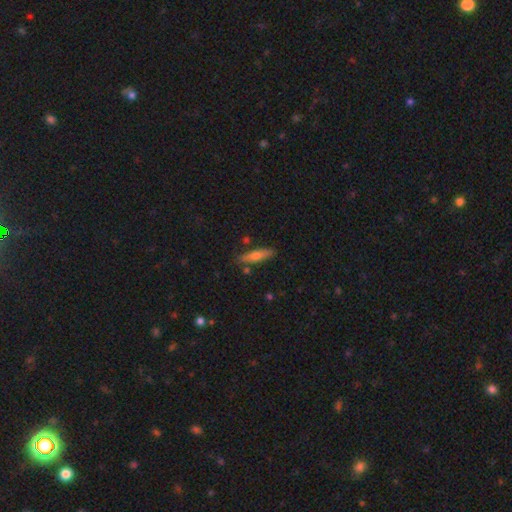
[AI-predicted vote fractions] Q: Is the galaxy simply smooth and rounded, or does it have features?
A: smooth — 59%.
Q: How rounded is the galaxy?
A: cigar-shaped — 80%.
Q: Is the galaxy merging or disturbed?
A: none — 81%.